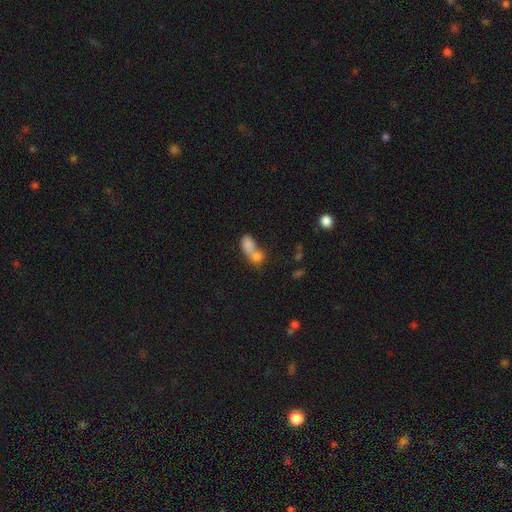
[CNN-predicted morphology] Smooth or featured? smooth (76%)
How rounded? in between (64%)
Merging? merger (67%)